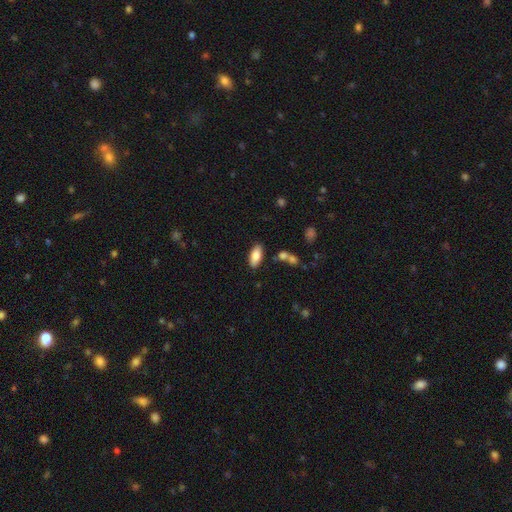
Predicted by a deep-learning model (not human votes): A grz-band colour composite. It shows a smooth galaxy with no disk features (81%) that is in between round and cigar-shaped (87%). Merging: none (83%).